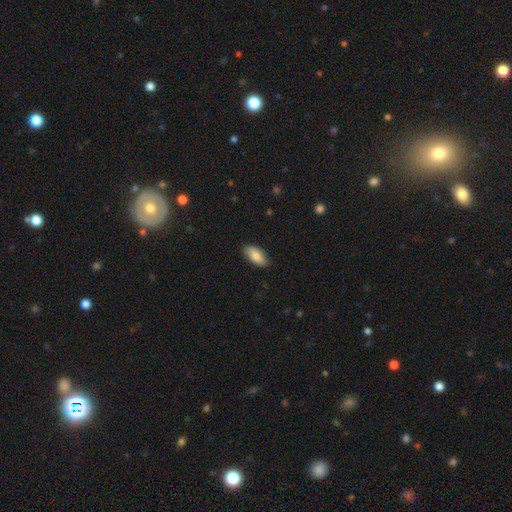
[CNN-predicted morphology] smooth 82%, featured or disk 12%, star or artifact 6%. Down the decision tree: how rounded — in between (90%); merging — none (83%).